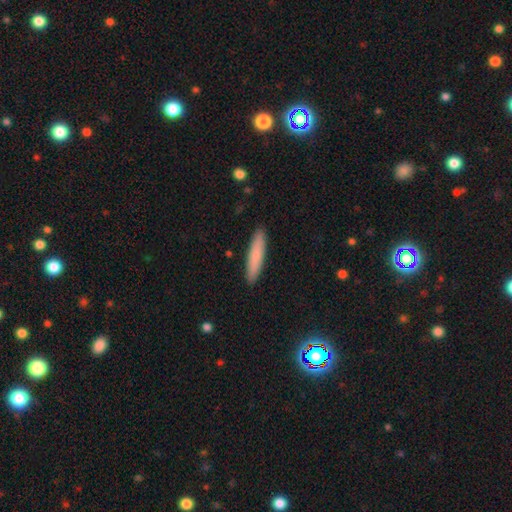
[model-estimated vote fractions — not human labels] Smooth or featured: smooth — 82% (featured or disk — 12%)
How rounded: cigar-shaped — 87% (in between — 11%)
Merging: none — 91% (minor disturbance — 7%)